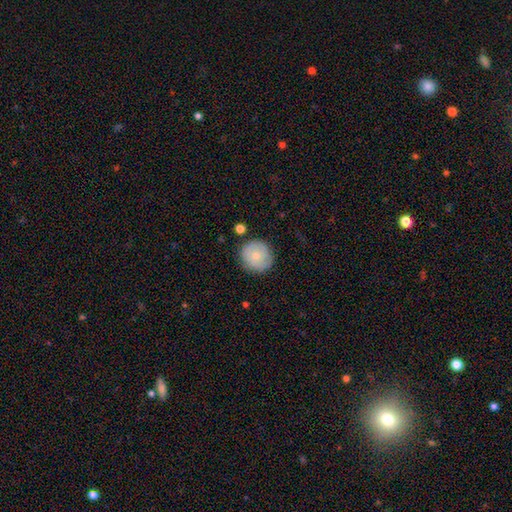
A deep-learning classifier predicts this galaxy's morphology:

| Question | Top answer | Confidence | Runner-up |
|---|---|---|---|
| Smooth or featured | smooth | 67% | featured or disk (26%) |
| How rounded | round | 91% | in between (8%) |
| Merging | none | 80% | minor disturbance (14%) |